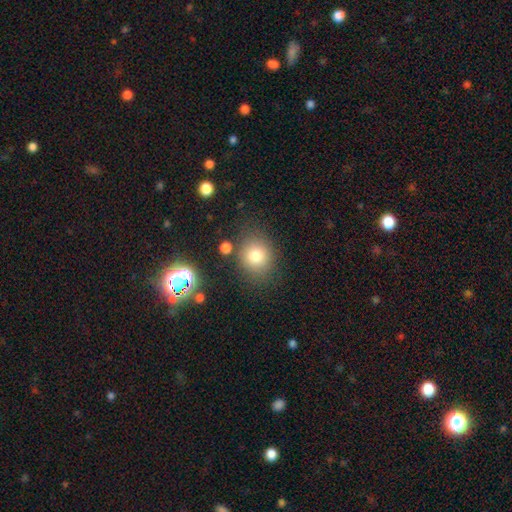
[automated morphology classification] Smooth or featured: smooth — 78% (star or artifact — 13%)
How rounded: round — 75% (in between — 24%)
Merging: none — 78% (minor disturbance — 12%)